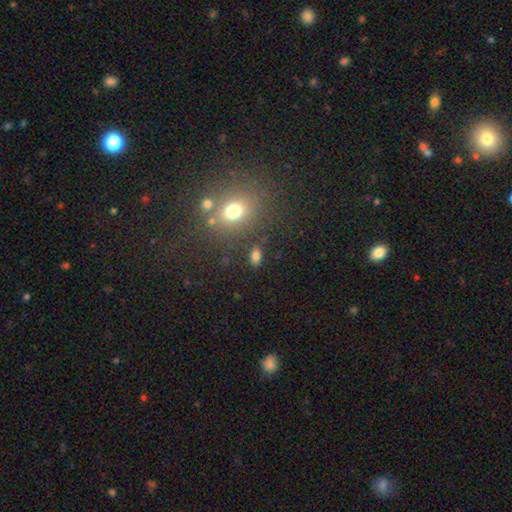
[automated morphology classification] Overall: smooth (78%). How rounded: in between (84%). Merging: none (82%).